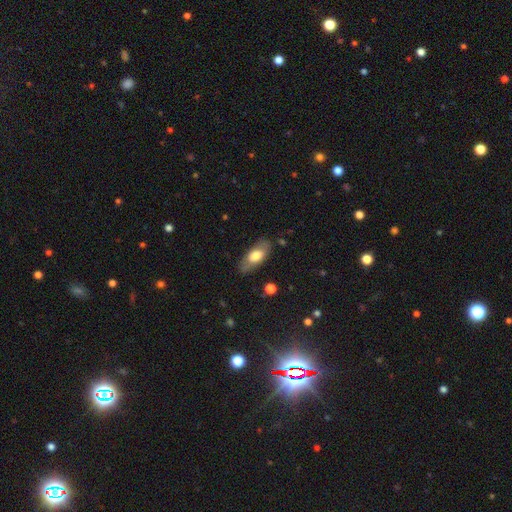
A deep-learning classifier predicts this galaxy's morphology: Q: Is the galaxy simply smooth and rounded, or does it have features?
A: smooth — 64%.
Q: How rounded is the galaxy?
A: in between — 85%.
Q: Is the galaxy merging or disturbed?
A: none — 78%.